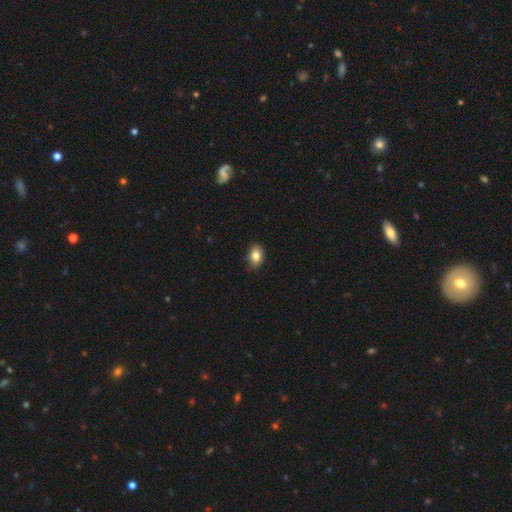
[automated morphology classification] type=smooth (83%); roundness=in between (80%); merging=none (82%).